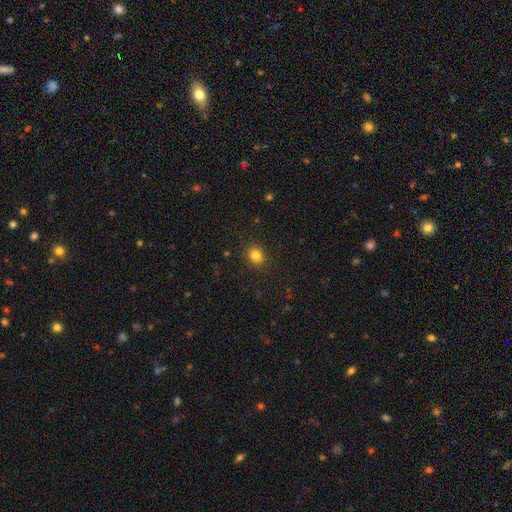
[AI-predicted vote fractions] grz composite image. It shows a smooth galaxy with no disk features (83%) that is round (70%). Merging: none (89%).